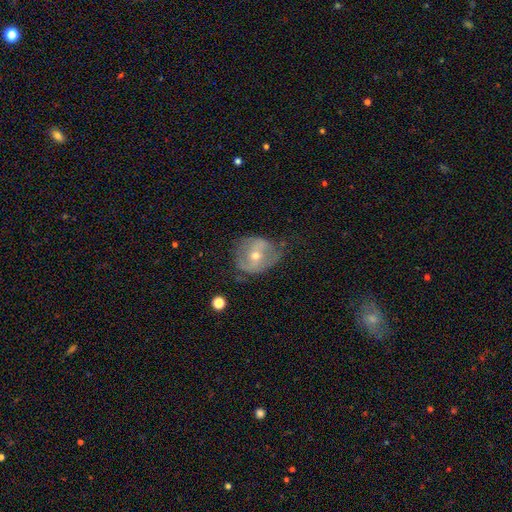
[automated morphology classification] A featured or disk galaxy (64%) with a weak bar (36%), spiral arms (55%) and a moderate central bulge (52%). Merging: none (50%).